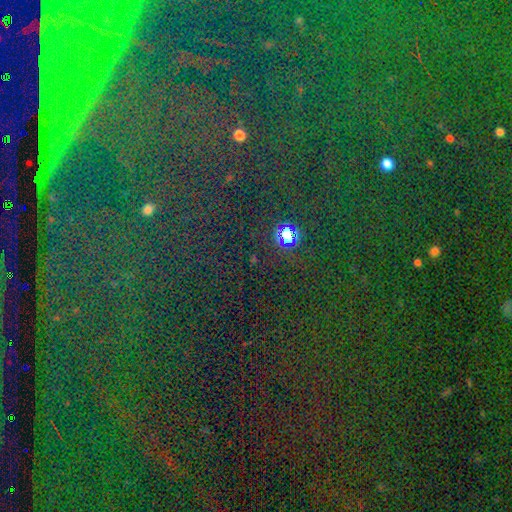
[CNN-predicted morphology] A star or artifact, not a galaxy (79%).